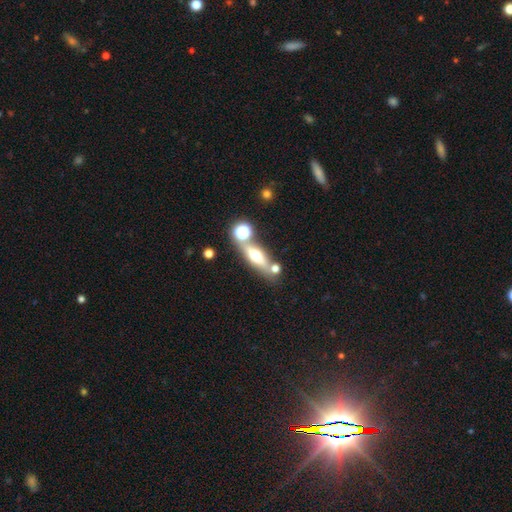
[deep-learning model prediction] smooth_or_featured: smooth (p=0.46) [alt: featured or disk p=0.43]
merging: none (p=0.63) [alt: merger p=0.20]